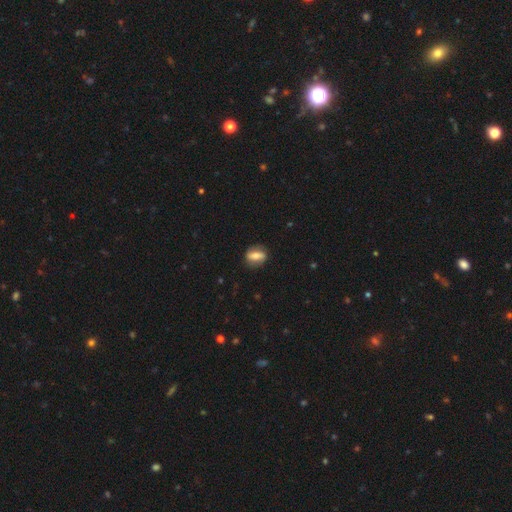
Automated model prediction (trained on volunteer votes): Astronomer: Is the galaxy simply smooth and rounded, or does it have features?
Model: smooth — 47% (runner-up: featured or disk, 45%).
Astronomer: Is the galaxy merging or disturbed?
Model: none — 82%.